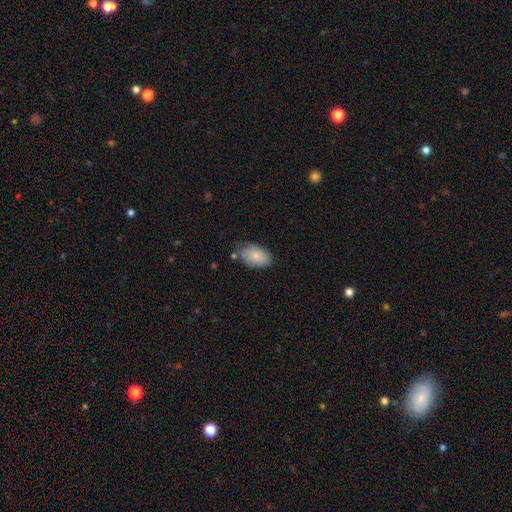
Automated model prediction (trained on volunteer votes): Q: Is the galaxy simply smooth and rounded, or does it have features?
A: smooth — 83%.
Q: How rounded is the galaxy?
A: in between — 91%.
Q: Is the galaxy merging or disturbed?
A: none — 69%.